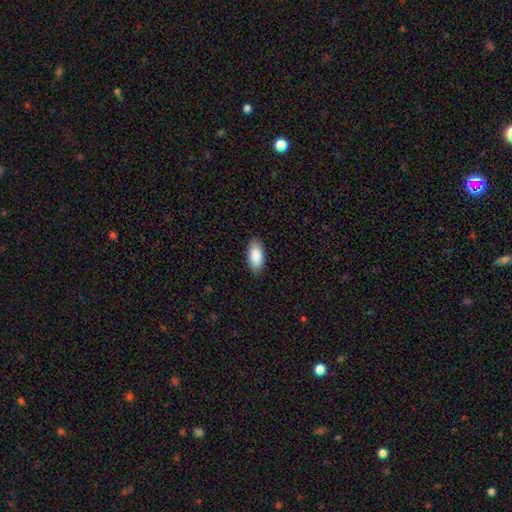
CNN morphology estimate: The model was most divided on "merging": none: 87%, minor disturbance: 10%, major disturbance: 2%, merger: 1%. More confident: how rounded — in between (91%); smooth or featured — smooth (89%).